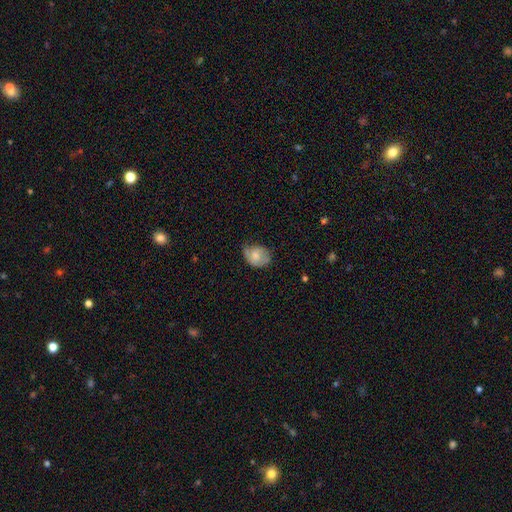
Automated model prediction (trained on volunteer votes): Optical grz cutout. It shows a smooth galaxy with no disk features (62%) that is in between round and cigar-shaped (51%). Merging: none (43%).